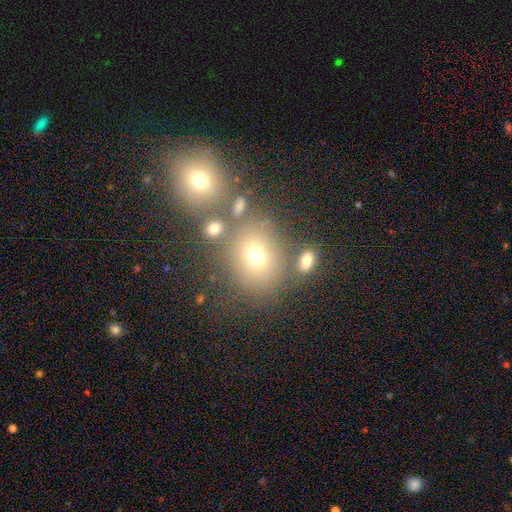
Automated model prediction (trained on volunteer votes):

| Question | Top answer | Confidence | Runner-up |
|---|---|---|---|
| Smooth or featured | smooth | 68% | star or artifact (18%) |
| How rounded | round | 61% | in between (38%) |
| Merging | none | 64% | merger (18%) |